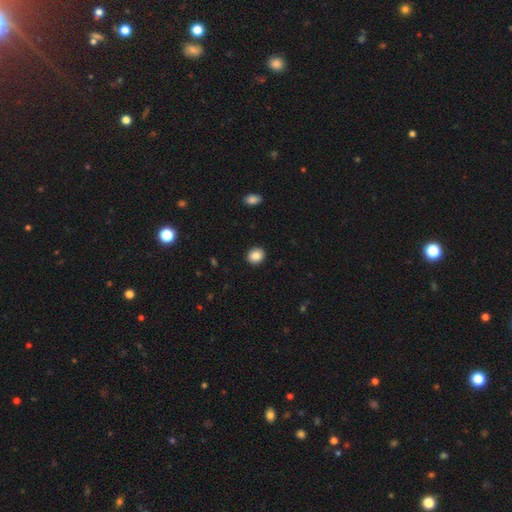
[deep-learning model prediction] Morphology: type=smooth (87%); roundness=round (73%); merging=none (92%).